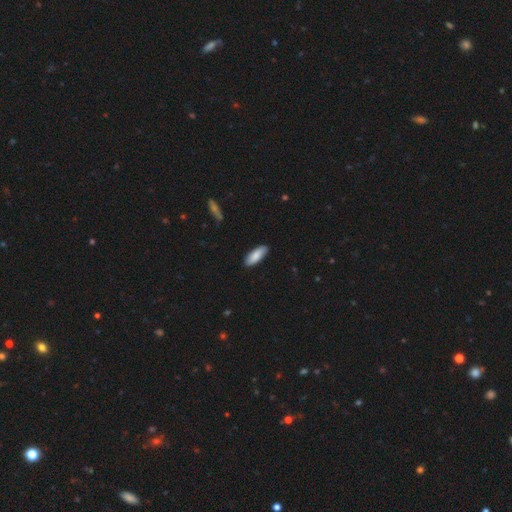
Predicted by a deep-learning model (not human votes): This appears to be a smooth galaxy with no disk features (84%) that is in between round and cigar-shaped (72%). Merging: none (87%).